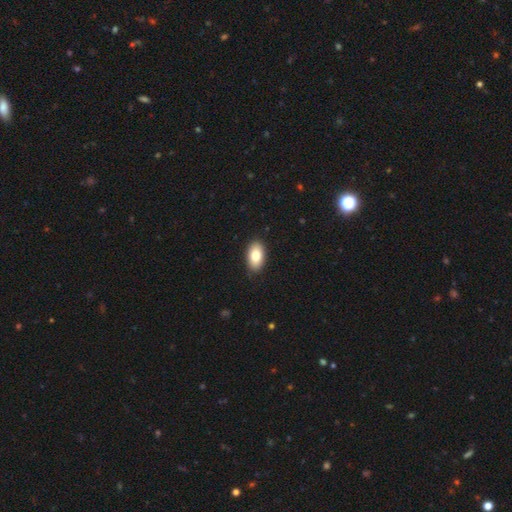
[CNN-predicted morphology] Smooth or featured: smooth — 81% (featured or disk — 13%)
How rounded: in between — 93% (round — 5%)
Merging: none — 88% (minor disturbance — 9%)